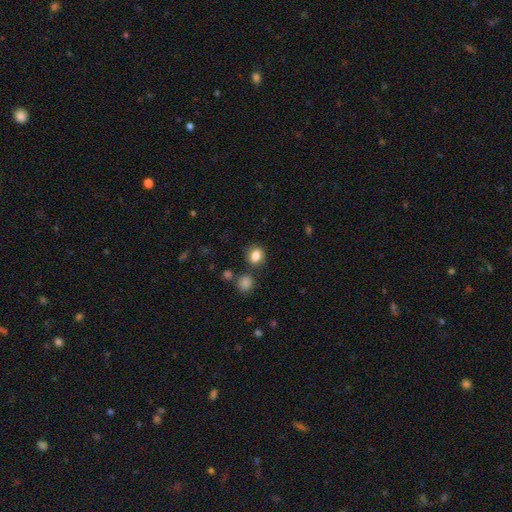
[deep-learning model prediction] Smooth or featured?
  - smooth: 82% *
  - star or artifact: 10%
  - featured or disk: 8%
How rounded?
  - round: 57% *
  - in between: 42%
  - cigar-shaped: 1%
Merging?
  - none: 75% *
  - minor disturbance: 14%
  - merger: 7%
  - major disturbance: 4%